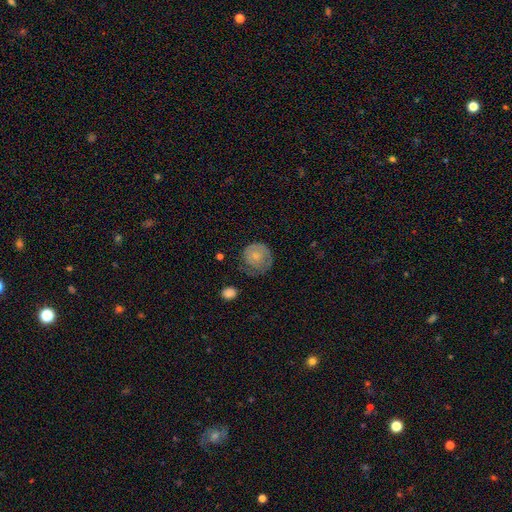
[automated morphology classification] smooth_or_featured: smooth (p=0.57) [alt: featured or disk p=0.36]
how_rounded: round (p=0.87) [alt: in between p=0.12]
merging: none (p=0.49) [alt: minor disturbance p=0.29]